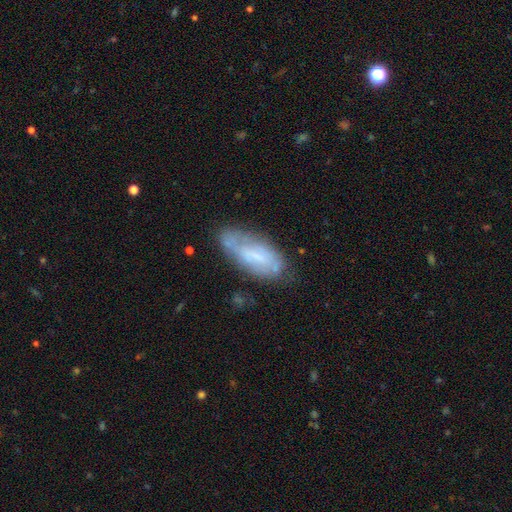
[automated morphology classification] Smooth or featured? smooth (47%)
Merging? none (56%)